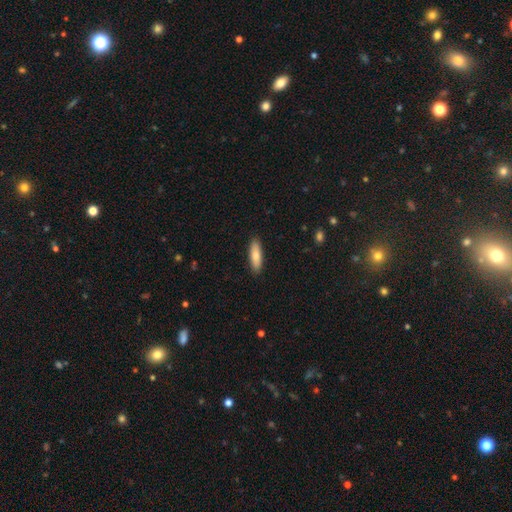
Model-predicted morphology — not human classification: The model was most divided on "how rounded": cigar-shaped: 52%, in between: 46%, round: 2%. More confident: merging — none (90%); smooth or featured — smooth (79%).